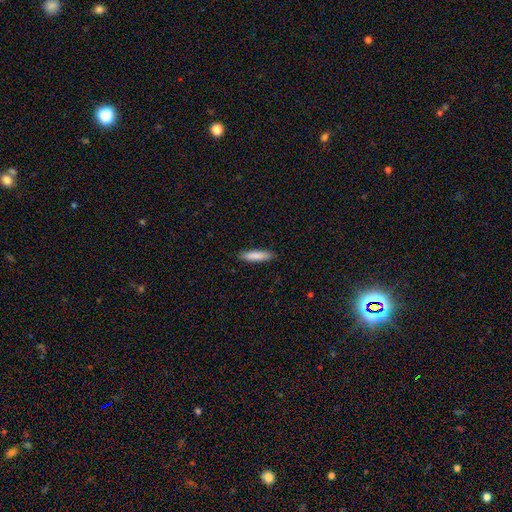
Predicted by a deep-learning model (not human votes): Smooth or featured? Predicted: smooth (p=0.85). How rounded? Predicted: cigar-shaped (p=0.80). Merging? Predicted: none (p=0.89).